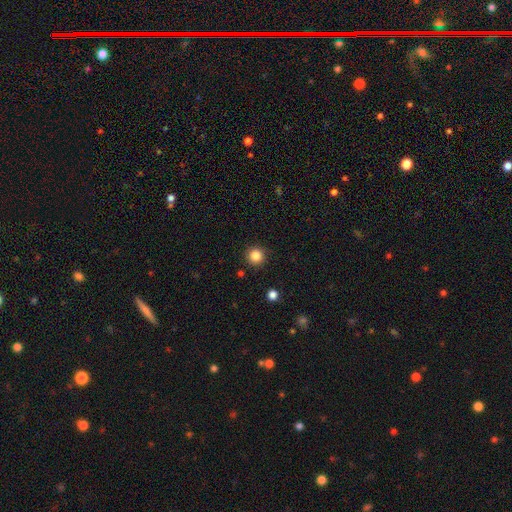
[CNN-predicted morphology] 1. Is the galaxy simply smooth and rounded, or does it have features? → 84% smooth, 12% star or artifact, 4% featured or disk.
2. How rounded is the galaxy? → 96% round, 4% in between, 1% cigar-shaped.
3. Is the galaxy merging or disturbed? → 91% none, 5% minor disturbance, 2% major disturbance, 2% merger.